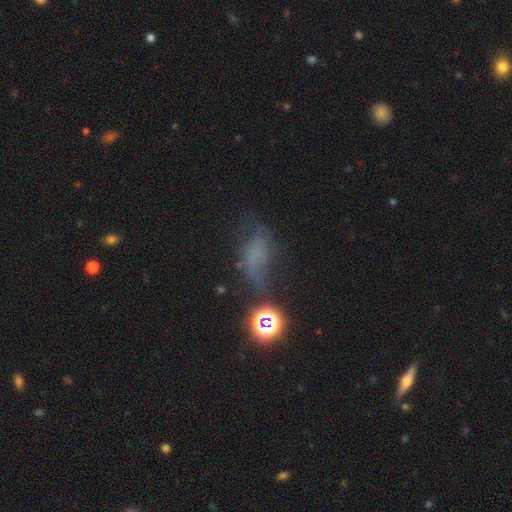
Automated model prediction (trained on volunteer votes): Q: Smooth or featured?
A: smooth (40%); runner-up: featured or disk (31%)
Q: Merging?
A: none (37%); runner-up: major disturbance (30%)